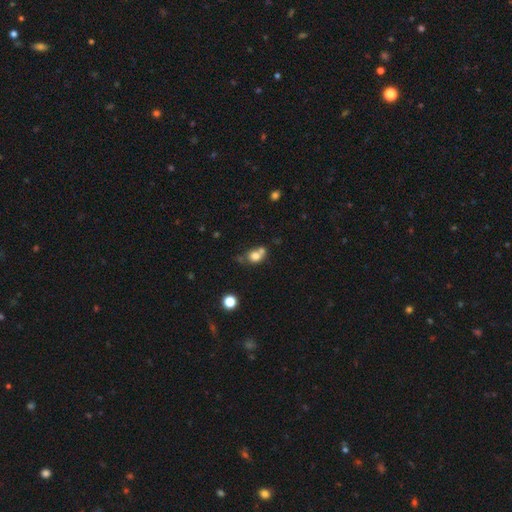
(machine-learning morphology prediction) Q: Smooth or featured?
A: smooth (74%); runner-up: featured or disk (13%)
Q: How rounded?
A: round (67%); runner-up: in between (32%)
Q: Merging?
A: merger (42%); tied with: none (42%)